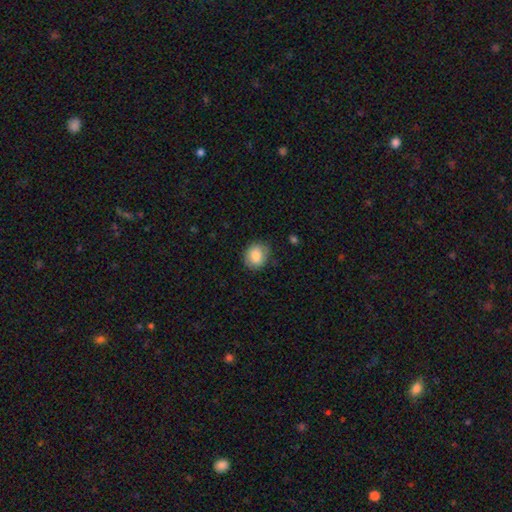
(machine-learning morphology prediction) type=smooth (83%); roundness=round (66%); merging=none (76%).